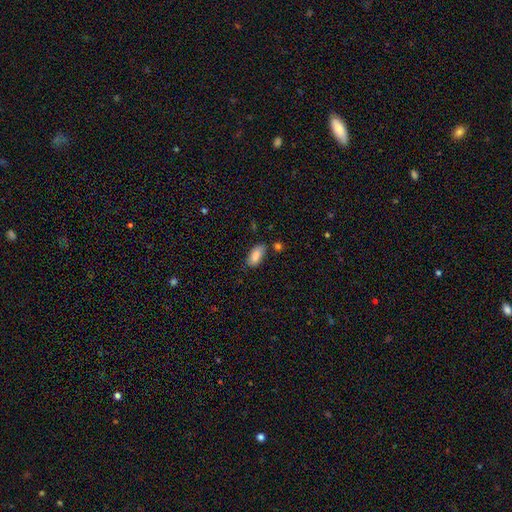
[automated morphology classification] Q: Smooth or featured?
A: smooth (86%); runner-up: star or artifact (7%)
Q: How rounded?
A: in between (89%); runner-up: cigar-shaped (9%)
Q: Merging?
A: none (72%); runner-up: minor disturbance (19%)